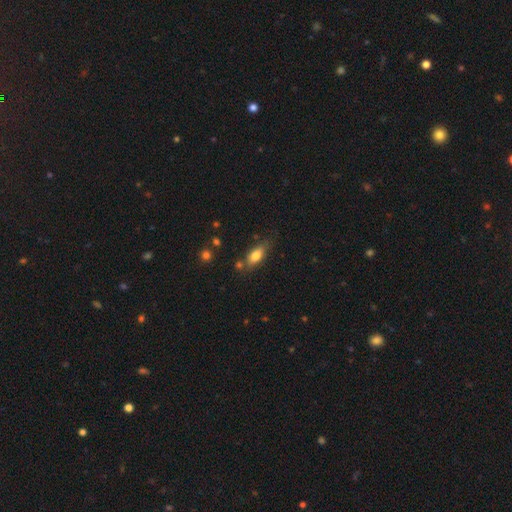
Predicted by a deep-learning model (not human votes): Morphology: type=smooth (76%); roundness=in between (78%); merging=none (69%).